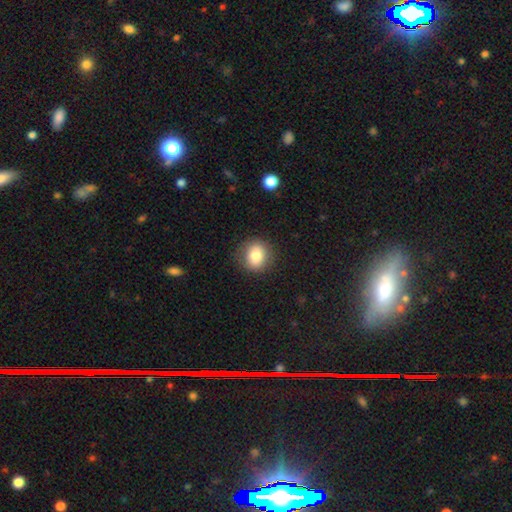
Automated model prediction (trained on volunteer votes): The model was most divided on "how rounded": round: 76%, in between: 23%, cigar-shaped: 1%. More confident: merging — none (86%); smooth or featured — smooth (81%).